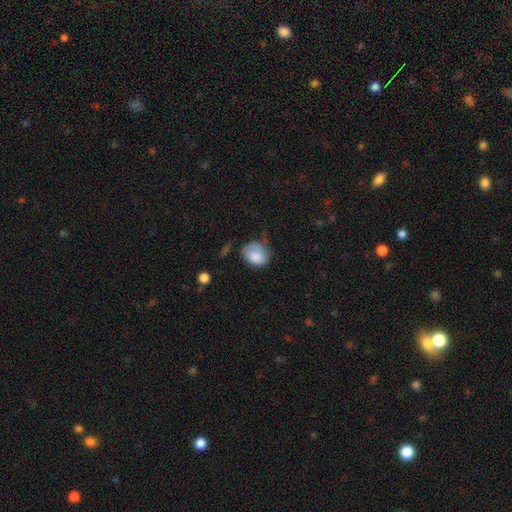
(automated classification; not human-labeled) This is clearly a smooth galaxy (82%). How rounded: possibly round (56%). Merging: possibly none (48%).